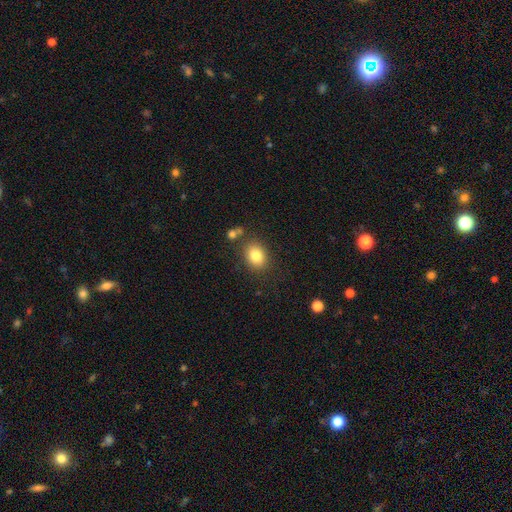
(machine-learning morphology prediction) Smooth or featured: smooth — 81% (star or artifact — 10%)
How rounded: in between — 57% (round — 42%)
Merging: none — 80% (minor disturbance — 11%)